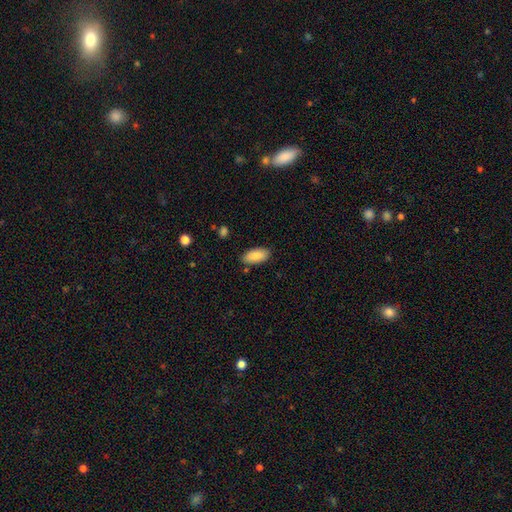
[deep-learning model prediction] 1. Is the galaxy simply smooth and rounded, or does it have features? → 86% smooth, 8% featured or disk, 7% star or artifact.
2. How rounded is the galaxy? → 92% in between, 6% cigar-shaped, 2% round.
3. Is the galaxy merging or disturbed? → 84% none, 11% minor disturbance, 2% major disturbance, 2% merger.